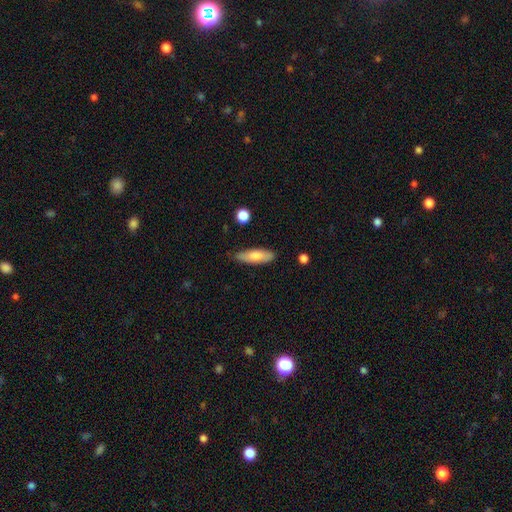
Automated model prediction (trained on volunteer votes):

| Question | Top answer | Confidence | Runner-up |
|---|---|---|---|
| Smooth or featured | smooth | 73% | featured or disk (21%) |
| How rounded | in between | 52% | cigar-shaped (46%) |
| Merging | none | 81% | minor disturbance (15%) |